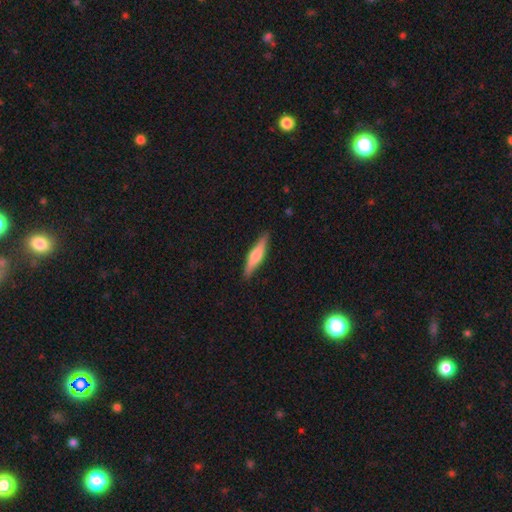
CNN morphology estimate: type=smooth (49%); merging=none (89%).